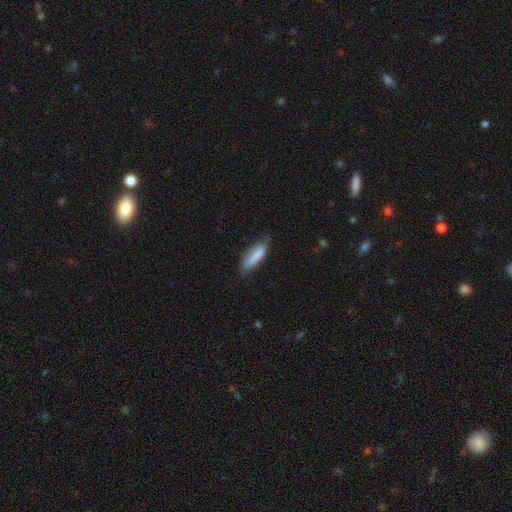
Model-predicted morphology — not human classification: smooth_or_featured: smooth (p=0.80) [alt: featured or disk p=0.14]
how_rounded: cigar-shaped (p=0.51) [alt: in between p=0.47]
merging: none (p=0.61) [alt: minor disturbance p=0.29]